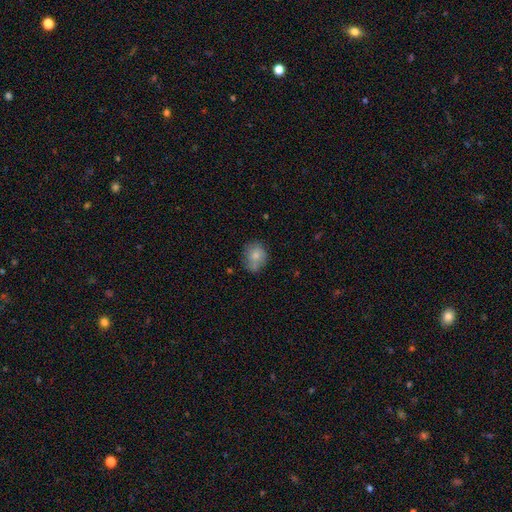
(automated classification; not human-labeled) Morphology: type=smooth (77%); roundness=round (65%); merging=none (62%).